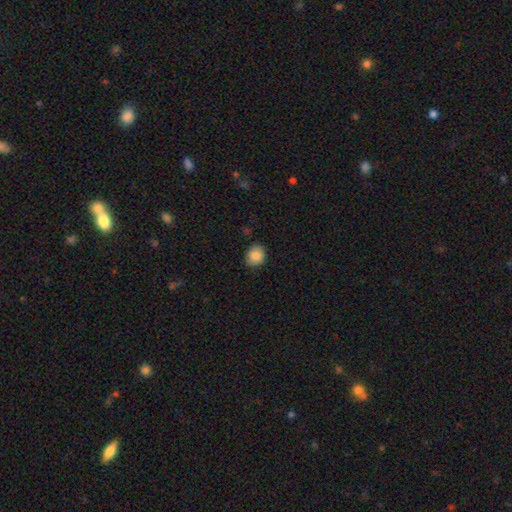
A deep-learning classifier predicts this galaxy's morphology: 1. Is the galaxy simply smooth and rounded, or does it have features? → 87% smooth, 8% star or artifact, 5% featured or disk.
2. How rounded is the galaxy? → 62% round, 38% in between, 1% cigar-shaped.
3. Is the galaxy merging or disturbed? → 84% none, 12% minor disturbance, 2% major disturbance, 1% merger.